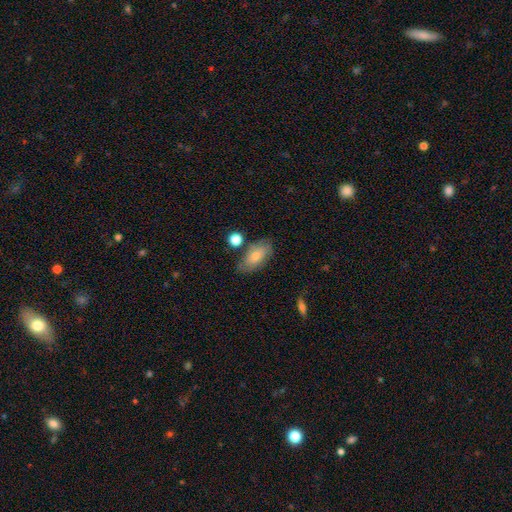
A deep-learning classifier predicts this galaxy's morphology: Smooth or featured? Predicted: smooth (p=0.73). How rounded? Predicted: in between (p=0.90). Merging? Predicted: none (p=0.67).